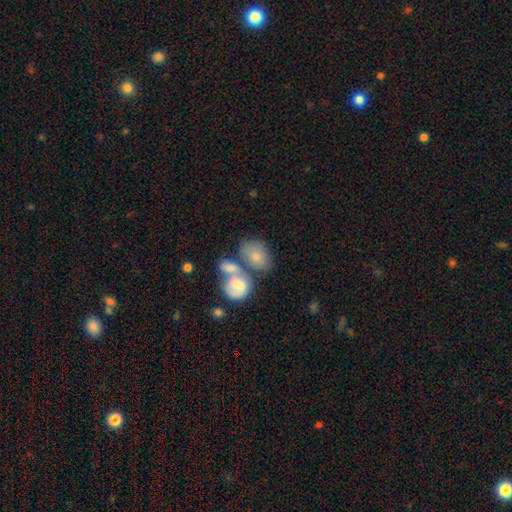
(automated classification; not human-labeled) Morphology: type=smooth (71%); roundness=in between (74%); merging=merger (45%).